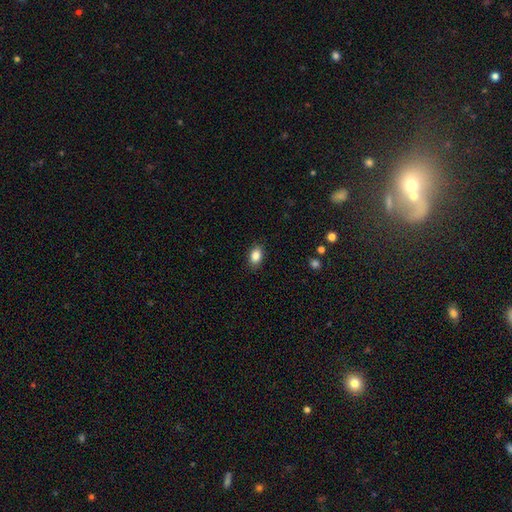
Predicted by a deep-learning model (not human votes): This appears to be a smooth galaxy with no disk features (86%) that is in between round and cigar-shaped (84%). Merging: none (88%).